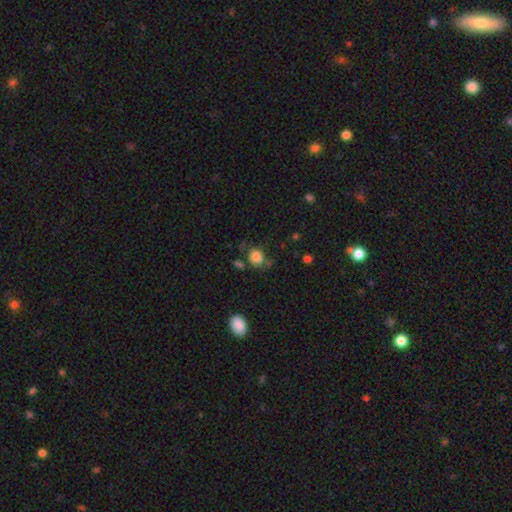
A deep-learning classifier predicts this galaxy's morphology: A smooth galaxy with no disk features (81%) that is round (66%).

Vote fractions:
- Smooth or featured? smooth: 81% / star or artifact: 11% / featured or disk: 8%
- How rounded? round: 66% / in between: 33% / cigar-shaped: 1%
- Merging? none: 60% / minor disturbance: 20% / major disturbance: 10% / merger: 9%